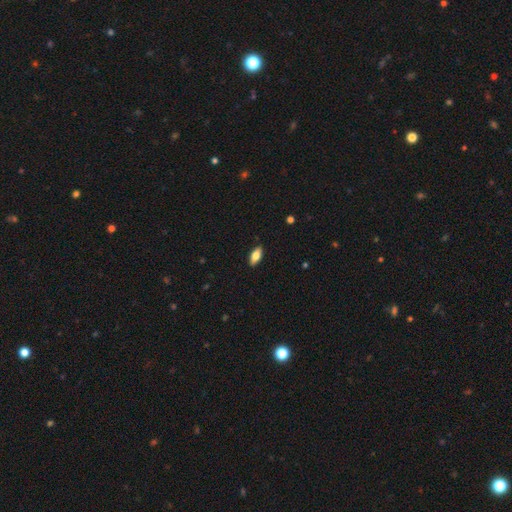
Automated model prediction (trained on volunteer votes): Overall: smooth (72%). How rounded: in between (84%). Merging: none (89%).